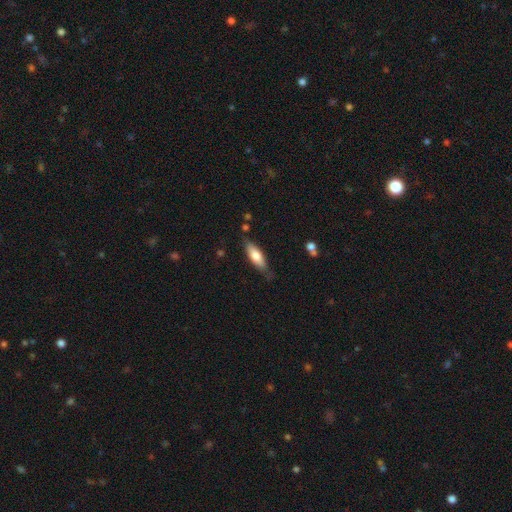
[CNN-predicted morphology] Smooth or featured? smooth (70%)
How rounded? in between (56%)
Merging? none (76%)